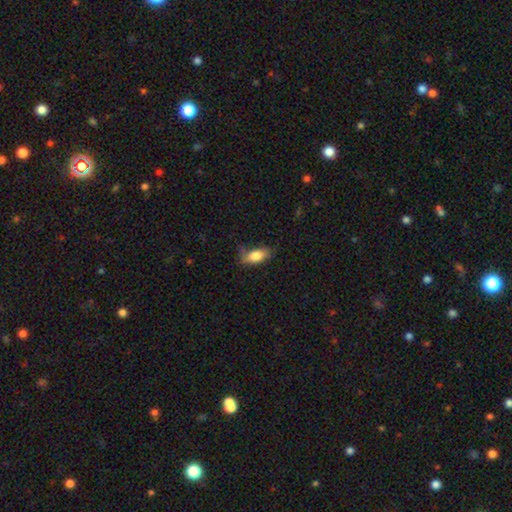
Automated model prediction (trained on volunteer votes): smooth-or-featured: smooth: 80% | featured or disk: 12% | star or artifact: 7%
  how-rounded: in between: 87% | cigar-shaped: 8% | round: 5%
  merging: none: 53% | minor disturbance: 32% | major disturbance: 12% | merger: 3%